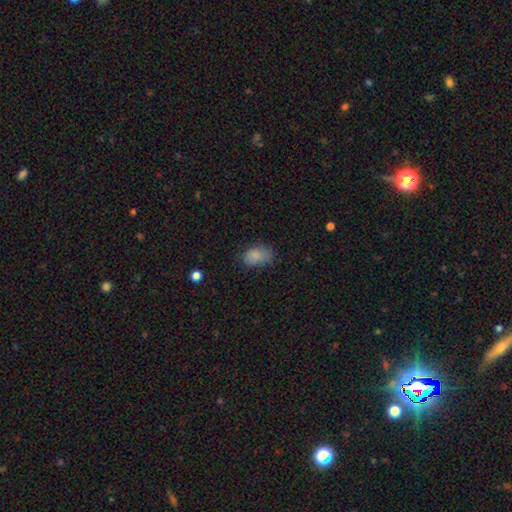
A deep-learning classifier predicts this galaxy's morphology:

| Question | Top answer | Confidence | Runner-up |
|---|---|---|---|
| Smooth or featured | smooth | 84% | star or artifact (9%) |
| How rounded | in between | 86% | round (13%) |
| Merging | none | 65% | minor disturbance (26%) |